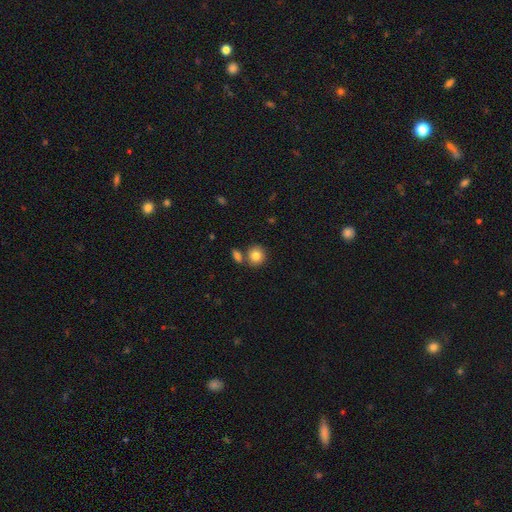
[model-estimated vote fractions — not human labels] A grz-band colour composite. It shows a smooth galaxy with no disk features (84%) that is round (84%). Merging: none (67%).